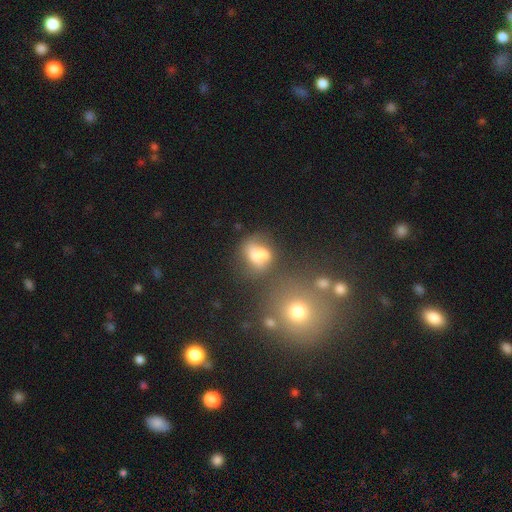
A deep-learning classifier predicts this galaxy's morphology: smooth-or-featured: smooth: 62% | featured or disk: 24% | star or artifact: 15%
  how-rounded: in between: 58% | round: 39% | cigar-shaped: 3%
  merging: merger: 38% | none: 31% | minor disturbance: 17% | major disturbance: 15%